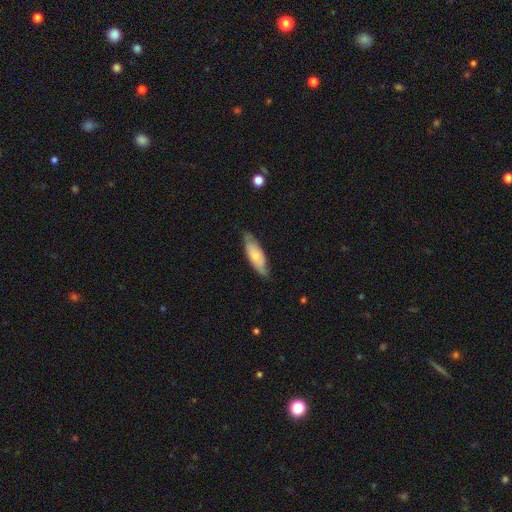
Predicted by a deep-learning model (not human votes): The model was most divided on "smooth or featured": smooth: 58%, featured or disk: 36%, star or artifact: 5%. More confident: merging — none (74%); how rounded — in between (60%).